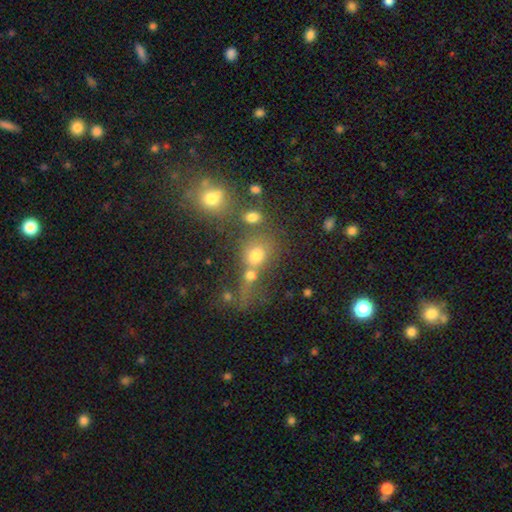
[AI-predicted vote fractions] Q: Smooth or featured?
A: smooth (69%); runner-up: star or artifact (19%)
Q: How rounded?
A: round (73%); runner-up: in between (25%)
Q: Merging?
A: merger (41%); runner-up: none (40%)